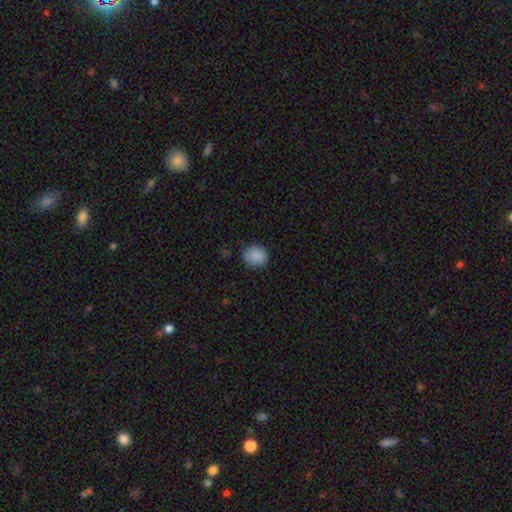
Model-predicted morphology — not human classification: smooth 88%, star or artifact 8%, featured or disk 4%. Down the decision tree: how rounded — round (78%); merging — none (83%).